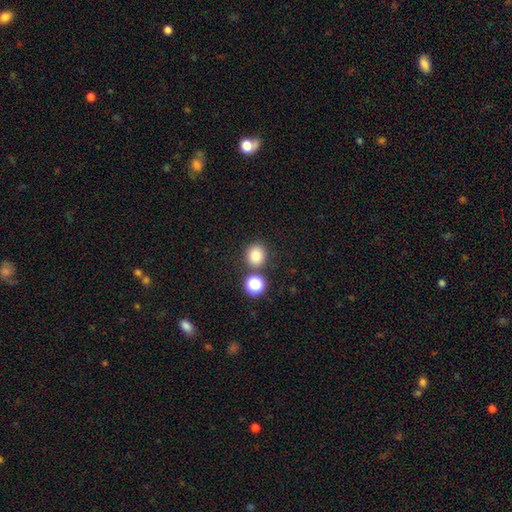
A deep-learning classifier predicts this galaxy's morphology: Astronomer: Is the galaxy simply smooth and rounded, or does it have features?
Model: smooth — 81%.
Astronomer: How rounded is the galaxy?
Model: round — 80%.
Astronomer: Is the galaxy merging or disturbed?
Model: none — 78%.